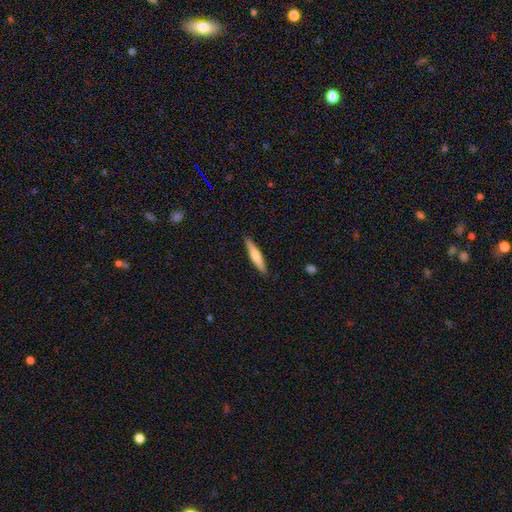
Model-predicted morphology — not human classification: Smooth or featured?
  - smooth: 61% *
  - featured or disk: 34%
  - star or artifact: 5%
How rounded?
  - cigar-shaped: 89% *
  - in between: 10%
  - round: 1%
Merging?
  - none: 90% *
  - minor disturbance: 8%
  - major disturbance: 2%
  - merger: 1%